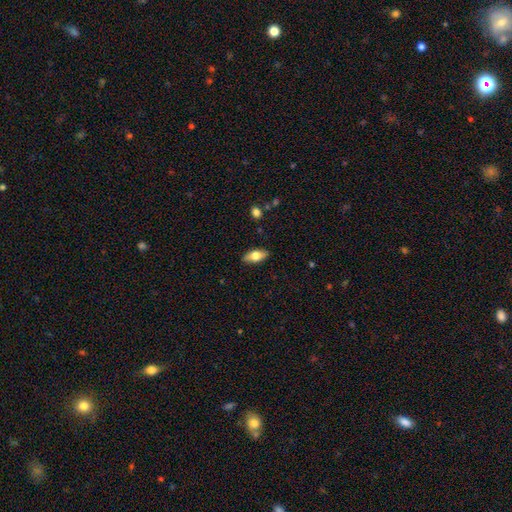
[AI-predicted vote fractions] Smooth or featured? smooth (71%)
How rounded? in between (86%)
Merging? none (87%)